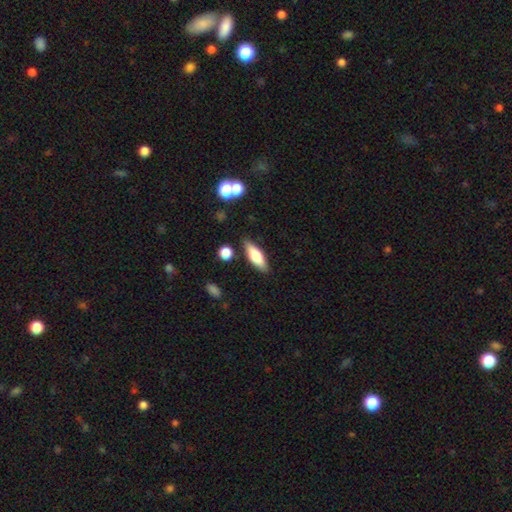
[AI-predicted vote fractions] Smooth or featured? Predicted: smooth (p=0.66). How rounded? Predicted: in between (p=0.58). Merging? Predicted: none (p=0.82).